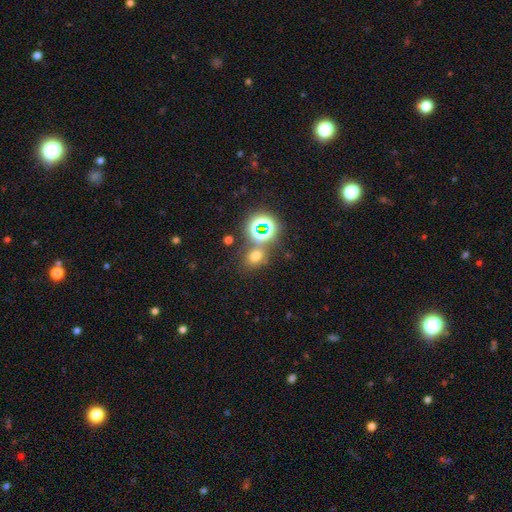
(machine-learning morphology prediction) Smooth or featured?
  - smooth: 60% *
  - star or artifact: 32%
  - featured or disk: 8%
How rounded?
  - round: 60% *
  - in between: 38%
  - cigar-shaped: 1%
Merging?
  - none: 65% *
  - merger: 19%
  - minor disturbance: 11%
  - major disturbance: 5%